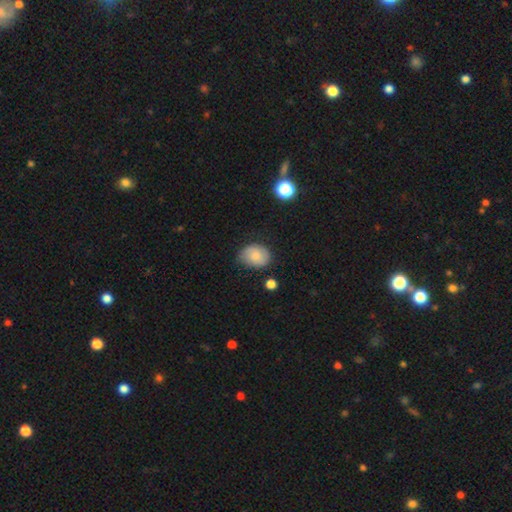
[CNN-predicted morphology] This appears to be a smooth galaxy with no disk features (73%) that is in between round and cigar-shaped (62%). Merging: none (67%).